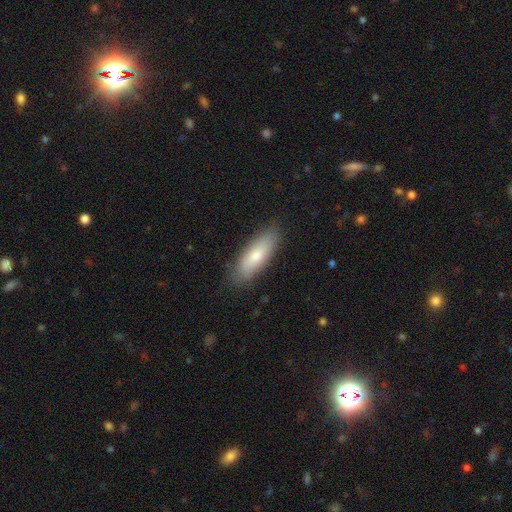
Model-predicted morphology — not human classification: The model was most divided on "how rounded": in between: 62%, cigar-shaped: 36%, round: 2%. More confident: merging — none (84%); smooth or featured — smooth (75%).